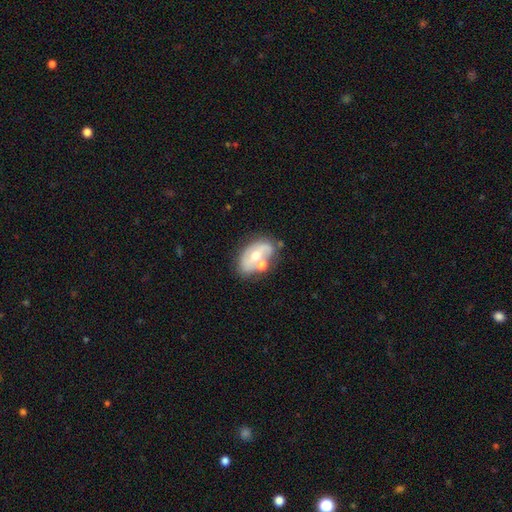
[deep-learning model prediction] The model was most divided on "spiral arms": no: 55%, yes: 45%. Remaining: edge-on disk — no (95%); bar — no (65%); bulge size — moderate (64%); smooth or featured — featured or disk (61%); merging — none (42%).